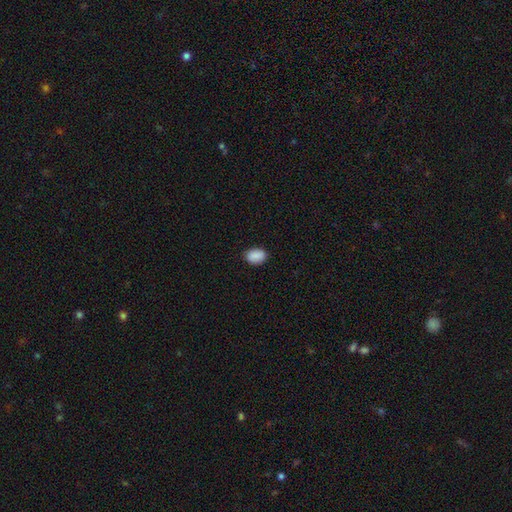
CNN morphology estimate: Smooth or featured: smooth — 89% (star or artifact — 7%)
How rounded: in between — 78% (round — 21%)
Merging: none — 86% (minor disturbance — 11%)